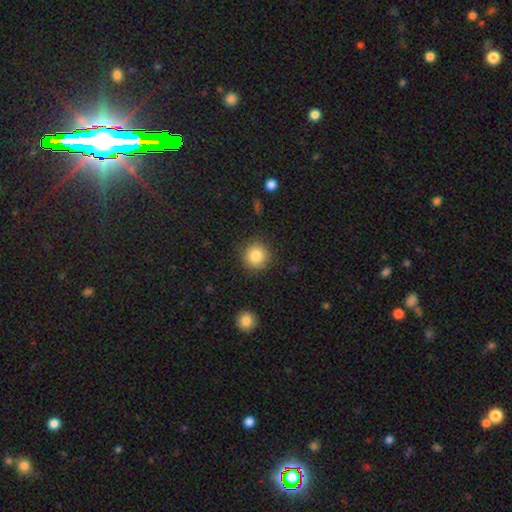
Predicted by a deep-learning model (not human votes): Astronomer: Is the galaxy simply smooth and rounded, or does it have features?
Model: smooth — 84%.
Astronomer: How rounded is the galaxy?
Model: round — 94%.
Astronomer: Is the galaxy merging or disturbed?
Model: none — 89%.